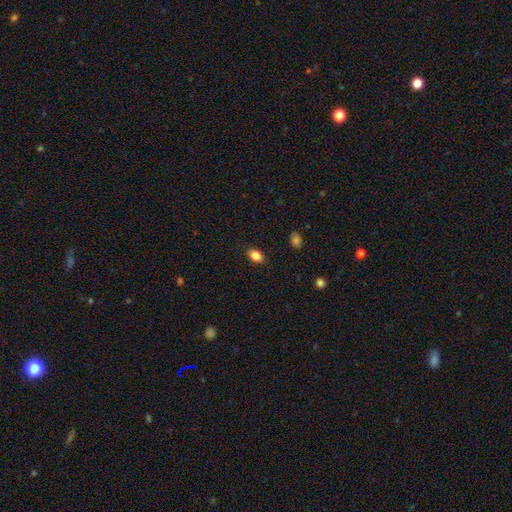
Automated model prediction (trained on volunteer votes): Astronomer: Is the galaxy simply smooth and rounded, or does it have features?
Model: smooth — 85%.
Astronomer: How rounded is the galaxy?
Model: in between — 86%.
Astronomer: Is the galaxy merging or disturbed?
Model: none — 88%.